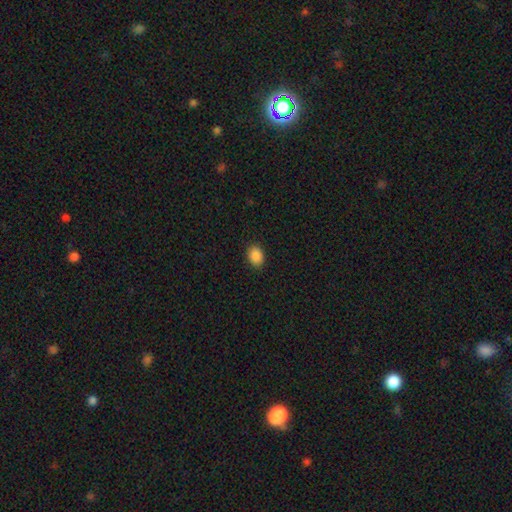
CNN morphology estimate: Overall: smooth (88%). How rounded: in between (63%; round 36%). Merging: none (90%).